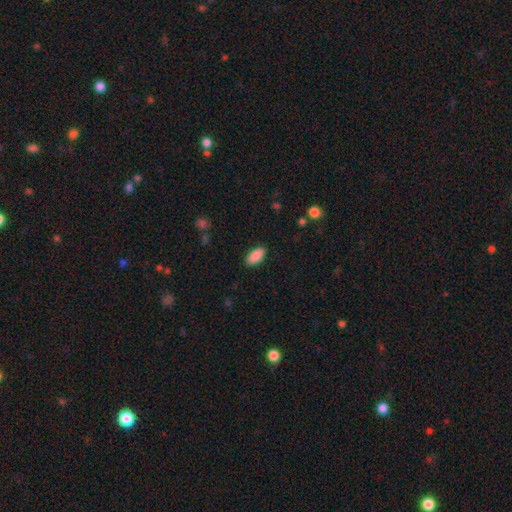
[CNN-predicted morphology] This is clearly a smooth galaxy (90%). How rounded: clearly in between (93%). Merging: clearly none (88%).